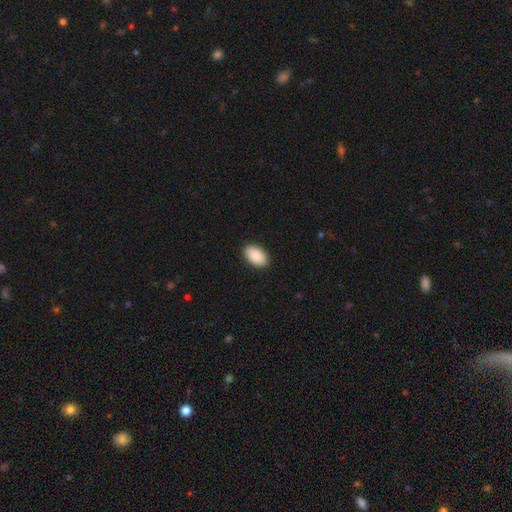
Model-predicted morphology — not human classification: This is clearly a smooth galaxy (90%). How rounded: clearly in between (94%). Merging: clearly none (90%).